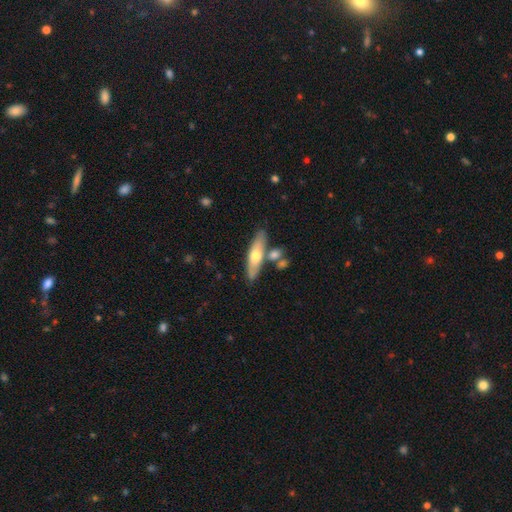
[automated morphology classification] Smooth or featured?
  - smooth: 51% *
  - featured or disk: 44%
  - star or artifact: 5%
How rounded?
  - cigar-shaped: 64% *
  - in between: 34%
  - round: 2%
Merging?
  - none: 71% *
  - merger: 14%
  - minor disturbance: 12%
  - major disturbance: 3%